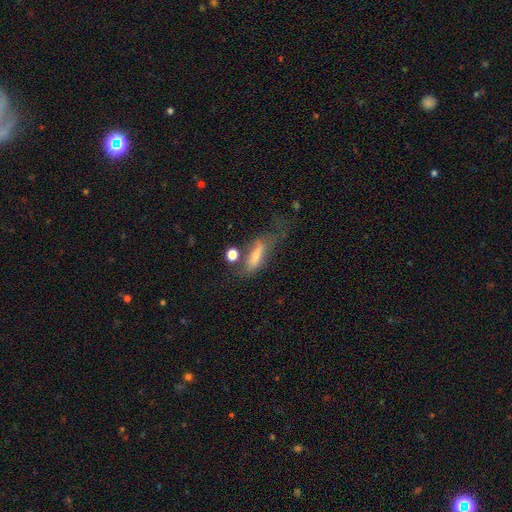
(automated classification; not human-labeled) smooth_or_featured: smooth (p=0.54) [alt: featured or disk p=0.35]
how_rounded: in between (p=0.48) [alt: cigar-shaped p=0.47]
merging: none (p=0.33) [alt: major disturbance p=0.32]